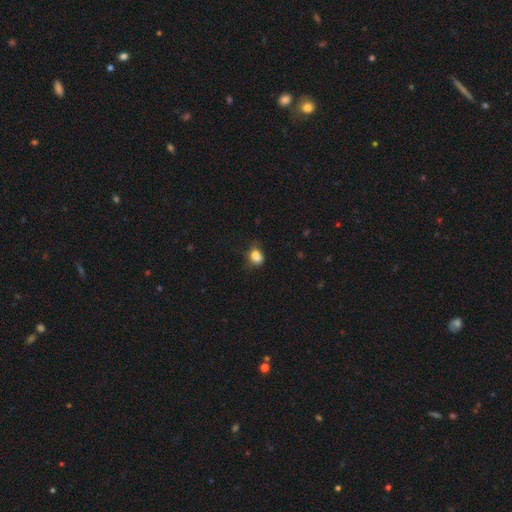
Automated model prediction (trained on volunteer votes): This appears to be a smooth galaxy with no disk features (79%) that is in between round and cigar-shaped (56%). Merging: none (45%).